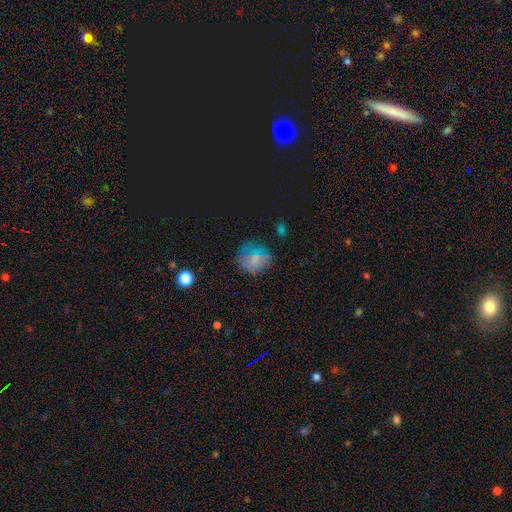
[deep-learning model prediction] smooth 58%, star or artifact 28%, featured or disk 14%. Down the decision tree: how rounded — round (77%); merging — none (72%).